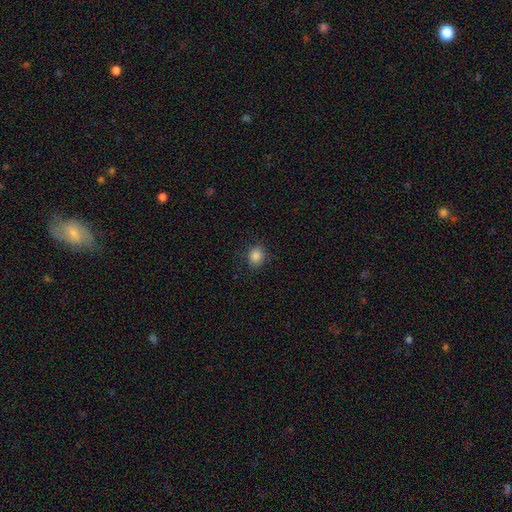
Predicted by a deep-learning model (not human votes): This appears to be a smooth galaxy with no disk features (86%) that is round (72%). Merging: none (86%).